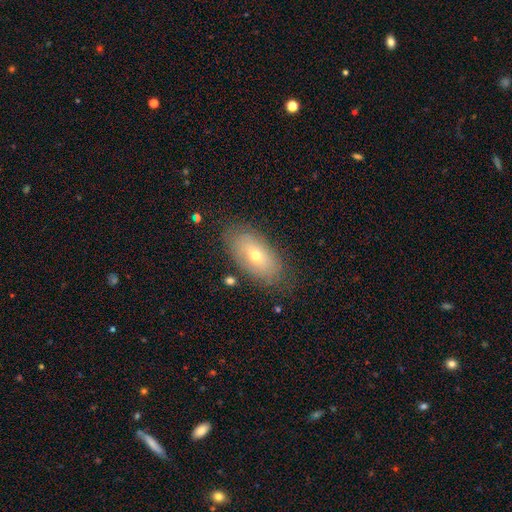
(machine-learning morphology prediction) smooth 57%, featured or disk 34%, star or artifact 9%. Down the decision tree: how rounded — in between (91%); merging — none (78%).